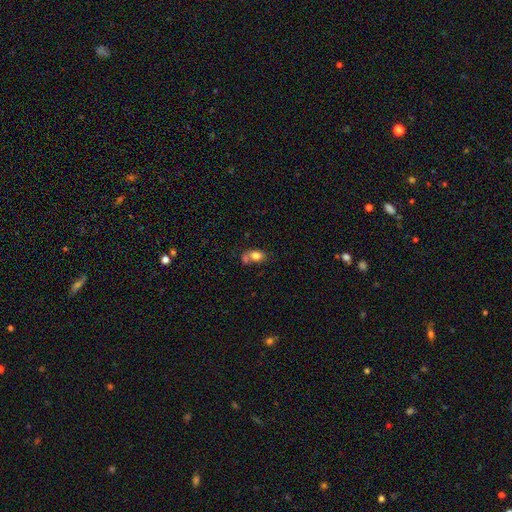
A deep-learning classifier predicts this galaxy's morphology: Smooth or featured?
  - smooth: 77% *
  - featured or disk: 14%
  - star or artifact: 9%
How rounded?
  - in between: 76% *
  - round: 22%
  - cigar-shaped: 2%
Merging?
  - none: 39% *
  - merger: 37%
  - minor disturbance: 16%
  - major disturbance: 8%